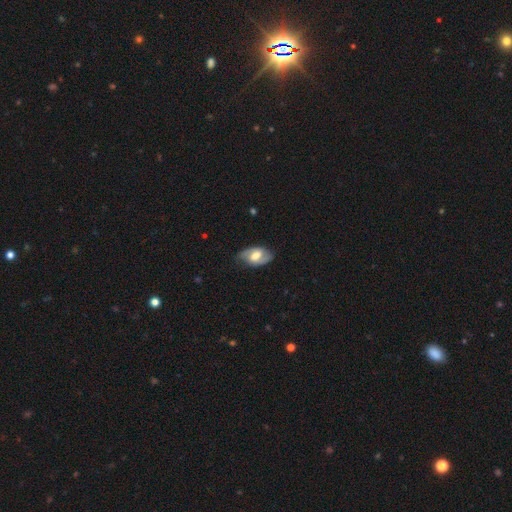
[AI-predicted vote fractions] Smooth or featured?
  - featured or disk: 61% *
  - smooth: 32%
  - star or artifact: 6%
Edge-on disk?
  - no: 94% *
  - yes: 6%
Bar?
  - weak: 49% *
  - no: 26%
  - strong: 25%
Spiral arms?
  - yes: 77% *
  - no: 23%
Bulge size?
  - moderate: 62% *
  - large: 22%
  - small: 12%
  - none: 2%
  - dominant: 2%
Merging?
  - none: 73% *
  - minor disturbance: 20%
  - major disturbance: 6%
  - merger: 1%